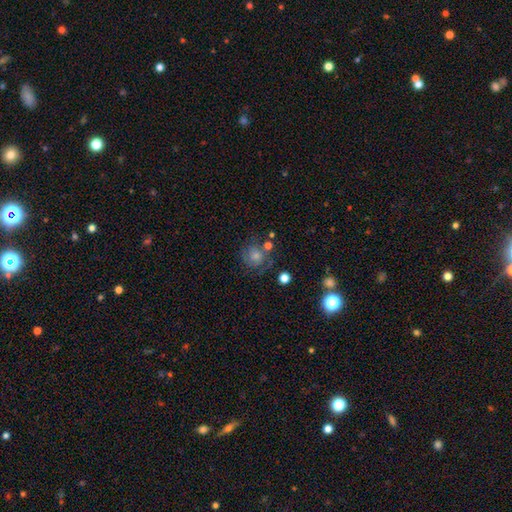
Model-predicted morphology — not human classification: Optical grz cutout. It shows a featured or disk galaxy (46%). Merging: none (69%).